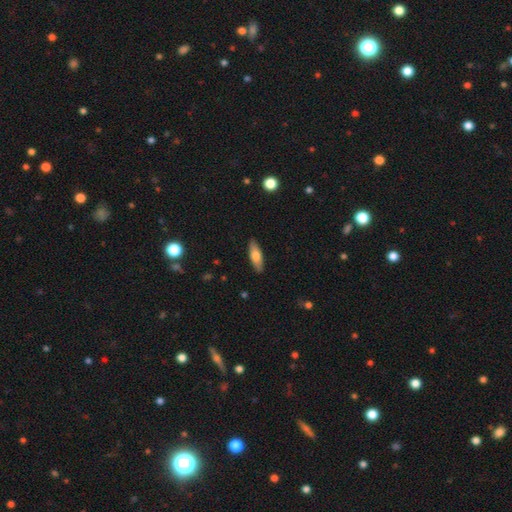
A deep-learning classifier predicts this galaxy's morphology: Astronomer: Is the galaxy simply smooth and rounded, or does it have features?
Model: smooth — 71%.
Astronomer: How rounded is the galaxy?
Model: in between — 61% (runner-up: cigar-shaped, 37%).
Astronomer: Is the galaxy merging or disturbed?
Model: none — 88%.